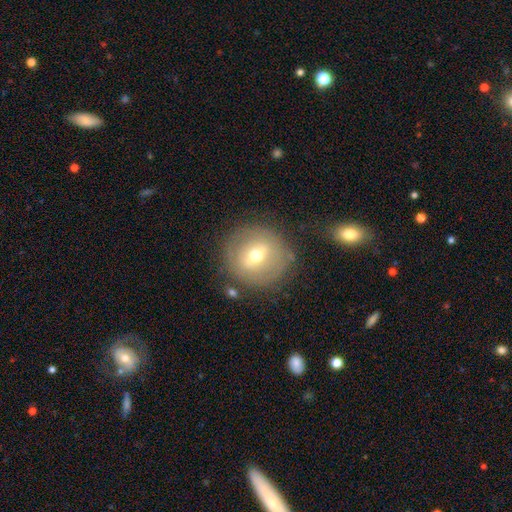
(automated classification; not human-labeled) This appears to be a smooth galaxy with no disk features (50%). Merging: none (80%).